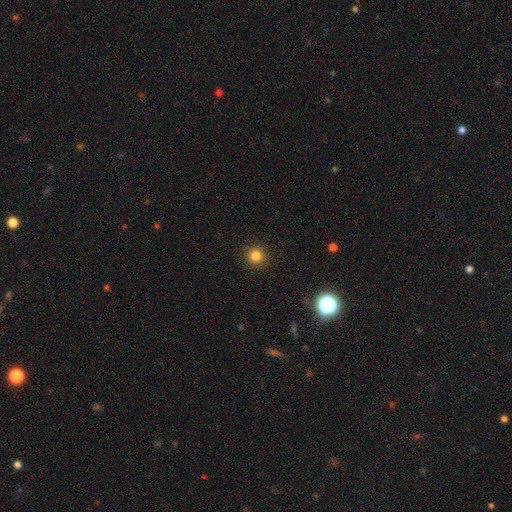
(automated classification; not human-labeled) Smooth or featured? Predicted: smooth (p=0.83). How rounded? Predicted: round (p=0.92). Merging? Predicted: none (p=0.91).